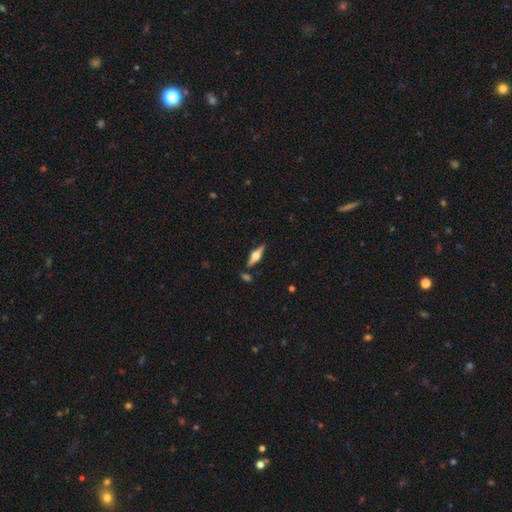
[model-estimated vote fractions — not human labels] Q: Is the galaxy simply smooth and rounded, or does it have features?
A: featured or disk — 71%.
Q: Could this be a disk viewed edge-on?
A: yes — 96%.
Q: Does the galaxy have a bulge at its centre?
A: rounded — 93%.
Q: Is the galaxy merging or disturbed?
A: none — 83%.